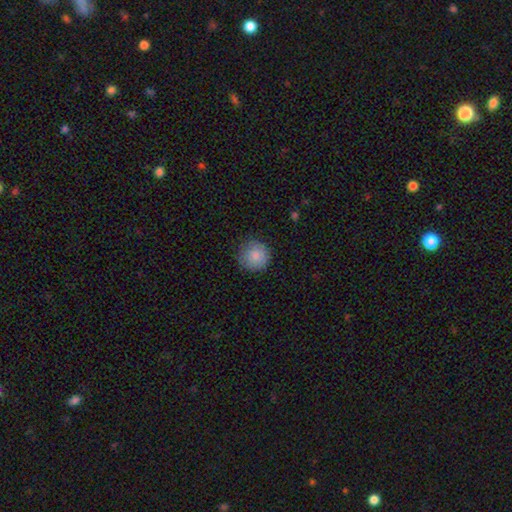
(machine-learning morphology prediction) A smooth galaxy with no disk features (86%) that is round (95%). Merging: none (84%).